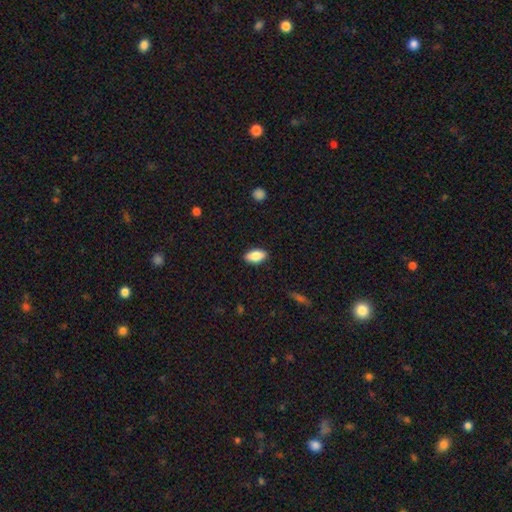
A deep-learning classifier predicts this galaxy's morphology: smooth-or-featured: smooth: 80% | featured or disk: 13% | star or artifact: 7%
  how-rounded: in between: 89% | cigar-shaped: 7% | round: 4%
  merging: none: 88% | minor disturbance: 9% | major disturbance: 2% | merger: 1%